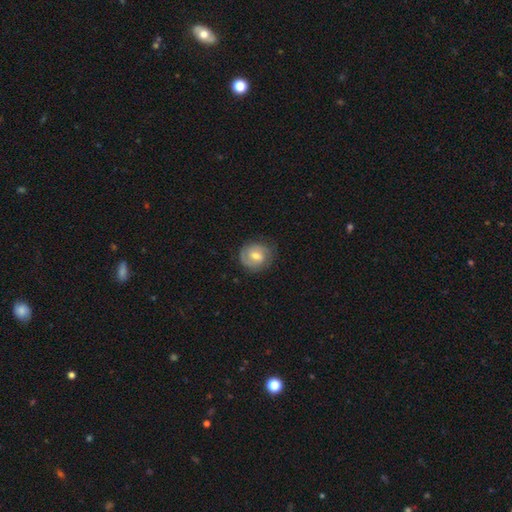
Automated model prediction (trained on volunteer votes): A featured or disk galaxy (56%) with a weak bar (52%), spiral arms (83%) and a moderate central bulge (65%). Merging: none (76%).